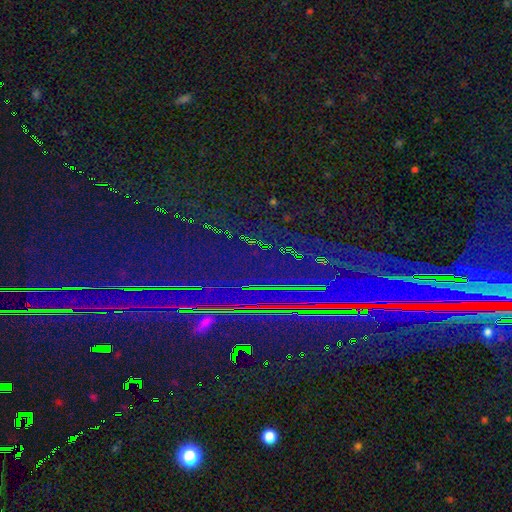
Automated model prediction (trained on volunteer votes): A star or artifact, not a galaxy (88%).